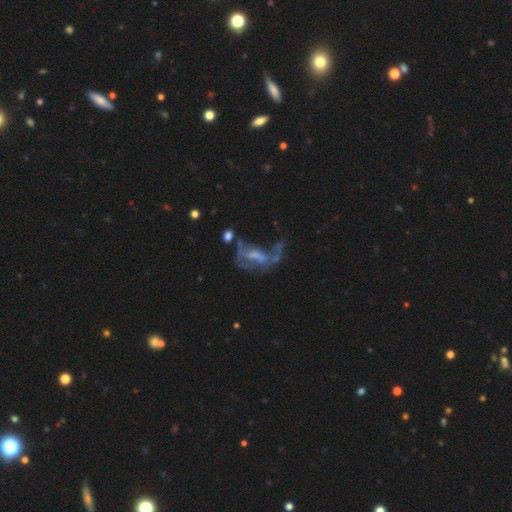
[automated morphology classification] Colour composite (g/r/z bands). It shows a featured or disk galaxy (64%) with no bar (47%), no spiral arms (54%) and no central bulge (42%). Merging: major disturbance (44%).